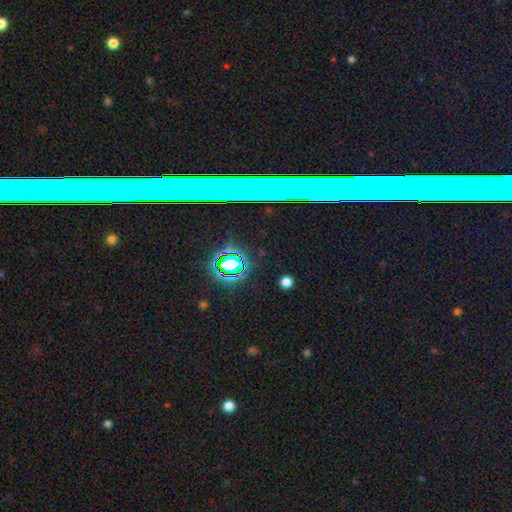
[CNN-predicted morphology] star or artifact 68%, featured or disk 16%, smooth 16%.